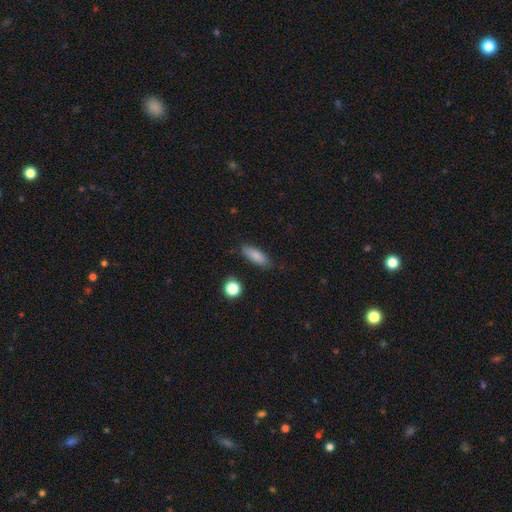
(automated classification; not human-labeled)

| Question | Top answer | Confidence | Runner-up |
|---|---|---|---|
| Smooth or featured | smooth | 84% | featured or disk (8%) |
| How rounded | in between | 58% | cigar-shaped (39%) |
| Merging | none | 82% | minor disturbance (13%) |